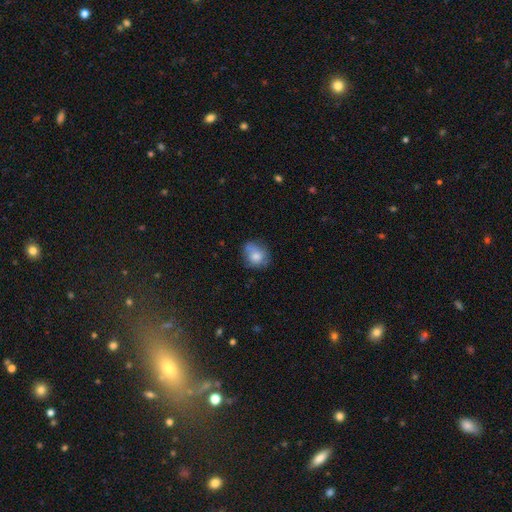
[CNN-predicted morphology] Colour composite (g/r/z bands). It shows a smooth galaxy with no disk features (73%) that is round (58%). Merging: none (58%).